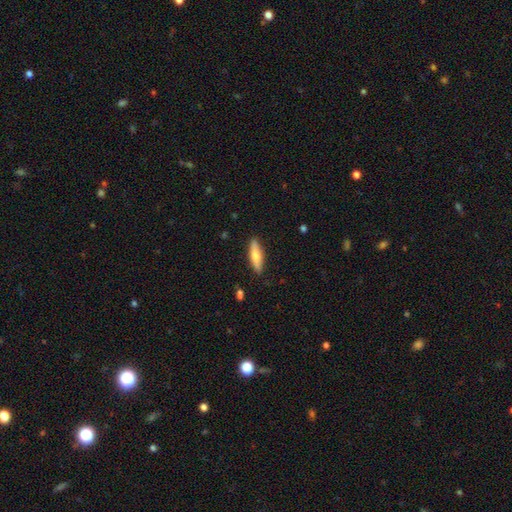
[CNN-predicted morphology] Q: Smooth or featured?
A: smooth (63%); runner-up: featured or disk (31%)
Q: How rounded?
A: cigar-shaped (65%); runner-up: in between (33%)
Q: Merging?
A: none (88%); runner-up: minor disturbance (9%)